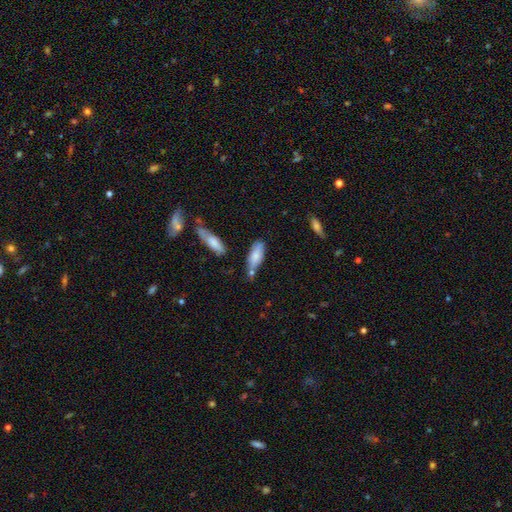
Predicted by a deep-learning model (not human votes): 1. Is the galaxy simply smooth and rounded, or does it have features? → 74% smooth, 19% featured or disk, 6% star or artifact.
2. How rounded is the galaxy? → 67% in between, 31% cigar-shaped, 2% round.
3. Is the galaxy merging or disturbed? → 52% none, 28% minor disturbance, 13% merger, 7% major disturbance.